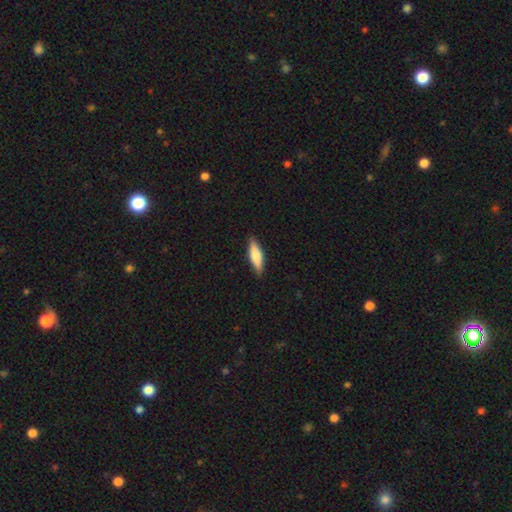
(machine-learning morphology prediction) smooth-or-featured: smooth: 73% | featured or disk: 21% | star or artifact: 6%
  how-rounded: cigar-shaped: 61% | in between: 38% | round: 2%
  merging: none: 88% | minor disturbance: 9% | major disturbance: 2% | merger: 1%